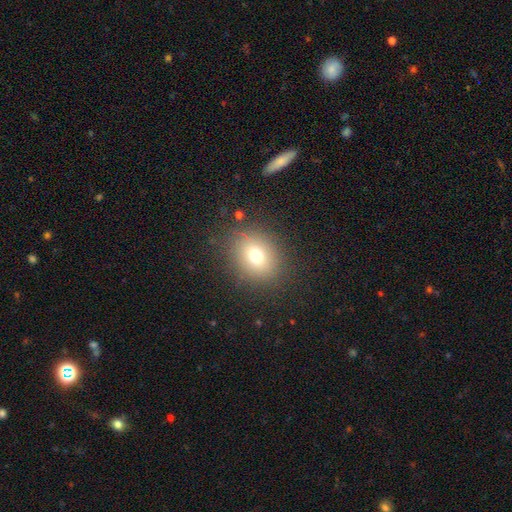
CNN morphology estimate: Smooth or featured?
  - smooth: 71% *
  - star or artifact: 16%
  - featured or disk: 12%
How rounded?
  - round: 64% *
  - in between: 35%
  - cigar-shaped: 1%
Merging?
  - none: 84% *
  - minor disturbance: 9%
  - major disturbance: 5%
  - merger: 1%